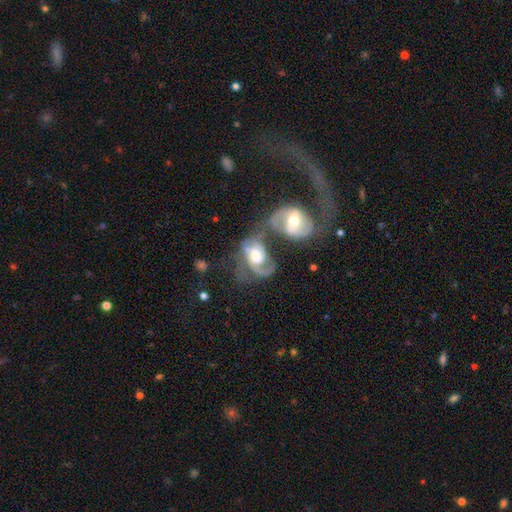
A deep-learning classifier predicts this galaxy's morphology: Q: Smooth or featured?
A: featured or disk (80%); runner-up: smooth (14%)
Q: Edge-on disk?
A: no (97%); runner-up: yes (3%)
Q: Bar?
A: no (46%); runner-up: weak (41%)
Q: Spiral arms?
A: yes (90%); runner-up: no (10%)
Q: Spiral winding?
A: medium (48%); runner-up: loose (30%)
Q: Spiral arm count?
A: 2 (70%); runner-up: 1 (15%)
Q: Bulge size?
A: moderate (61%); runner-up: large (25%)
Q: Merging?
A: merger (62%); runner-up: major disturbance (15%)